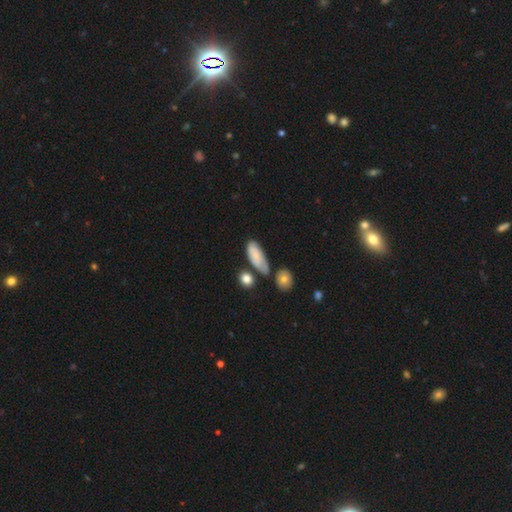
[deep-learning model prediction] Morphology: type=smooth (77%); roundness=in between (79%); merging=none (54%).